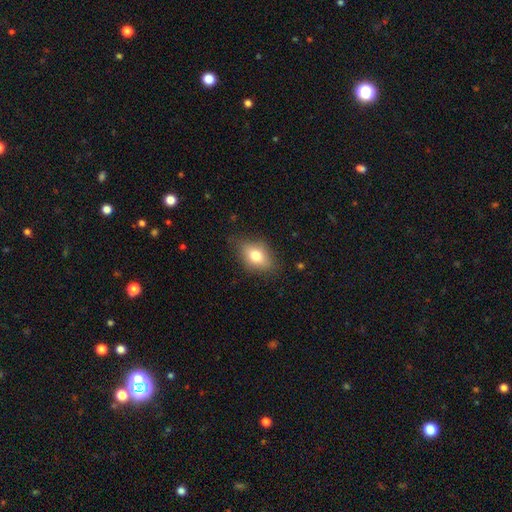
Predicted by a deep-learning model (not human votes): A smooth galaxy with no disk features (76%) that is in between round and cigar-shaped (80%).

Vote fractions:
- Smooth or featured? smooth: 76% / featured or disk: 15% / star or artifact: 9%
- How rounded? in between: 80% / round: 17% / cigar-shaped: 3%
- Merging? none: 75% / minor disturbance: 20% / major disturbance: 4% / merger: 1%